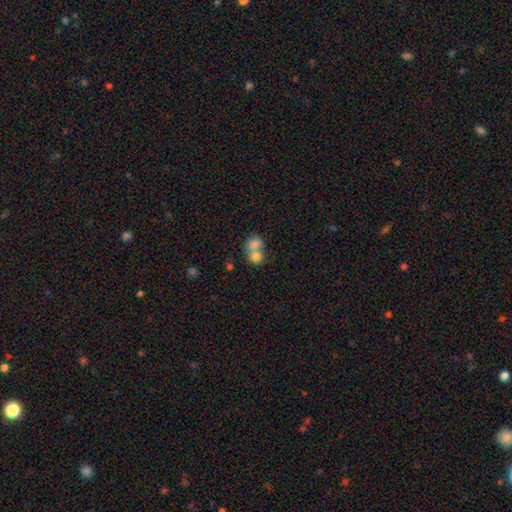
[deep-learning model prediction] A smooth galaxy with no disk features (76%) that is round (65%). Merging: merger (69%).